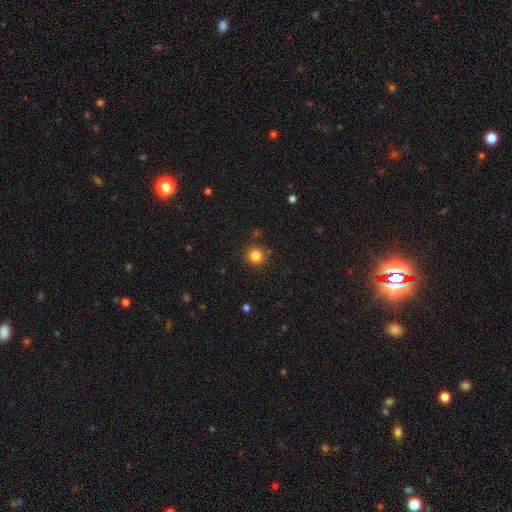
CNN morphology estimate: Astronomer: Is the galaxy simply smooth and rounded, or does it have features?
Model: smooth — 84%.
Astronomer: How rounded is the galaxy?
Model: round — 94%.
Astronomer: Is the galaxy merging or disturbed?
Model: none — 88%.